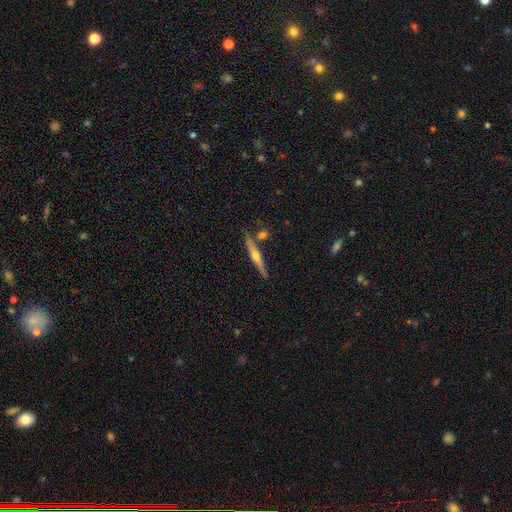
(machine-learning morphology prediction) A featured or disk galaxy (68%) viewed edge-on (97%) with a rounded central bulge (89%).

Vote fractions:
- Smooth or featured? featured or disk: 68% / smooth: 26% / star or artifact: 6%
- Edge-on disk? yes: 97% / no: 3%
- Edge-on bulge? rounded: 89% / none: 7% / boxy: 4%
- Merging? none: 80% / minor disturbance: 10% / merger: 8% / major disturbance: 2%